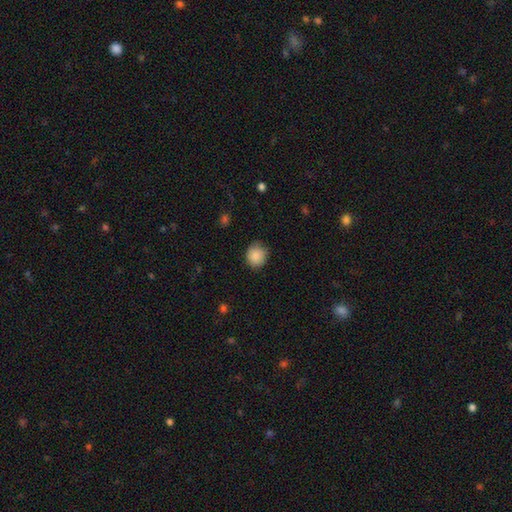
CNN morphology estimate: Smooth or featured: smooth — 88% (star or artifact — 8%)
How rounded: round — 83% (in between — 16%)
Merging: none — 77% (minor disturbance — 19%)